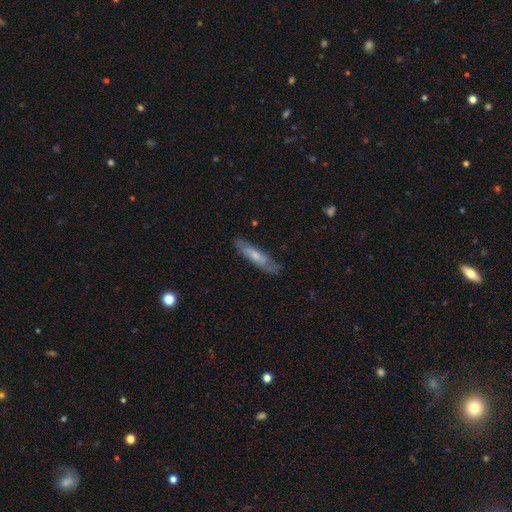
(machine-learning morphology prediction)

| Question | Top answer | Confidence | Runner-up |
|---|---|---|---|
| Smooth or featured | smooth | 55% | featured or disk (39%) |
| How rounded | cigar-shaped | 78% | in between (20%) |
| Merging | none | 77% | minor disturbance (18%) |